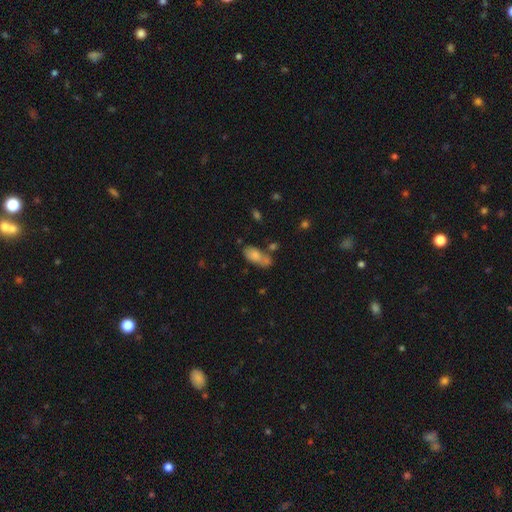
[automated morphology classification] This is likely a smooth galaxy (77%). How rounded: clearly in between (86%). Merging: marginally none (40%).